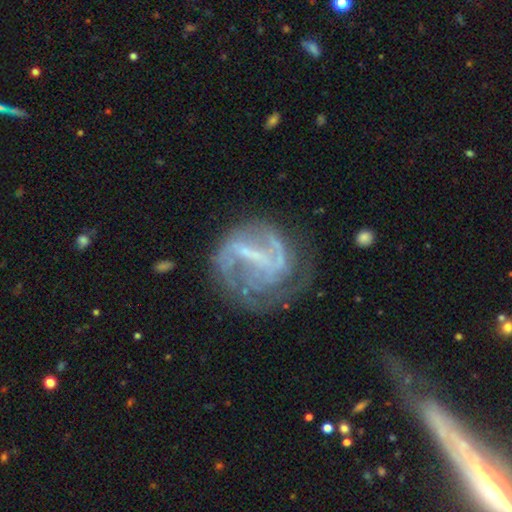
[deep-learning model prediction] This appears to be a featured or disk galaxy (77%) with a strong bar (54%), 2 (36%) medium (37%) spiral arms (73%) and no central bulge (49%). Merging: none (50%).